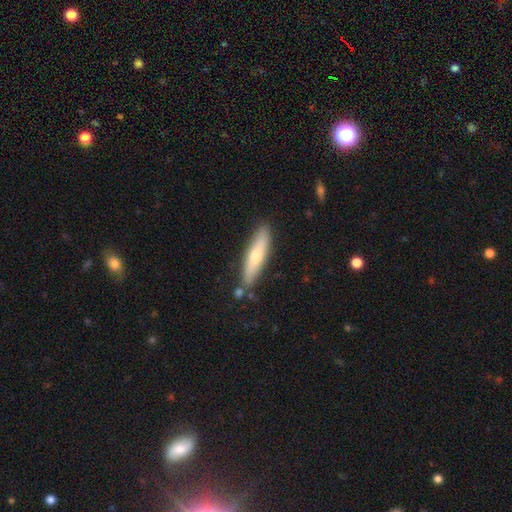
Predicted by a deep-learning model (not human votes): smooth_or_featured: smooth (p=0.57) [alt: featured or disk p=0.37]
how_rounded: cigar-shaped (p=0.79) [alt: in between p=0.19]
merging: none (p=0.82) [alt: minor disturbance p=0.12]